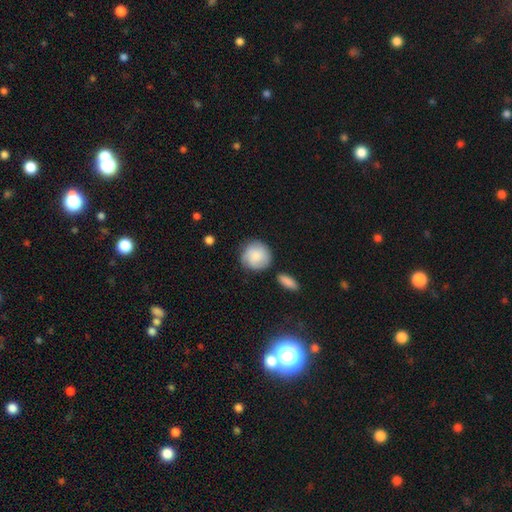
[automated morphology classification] A smooth galaxy with no disk features (71%) that is round (89%).

Vote fractions:
- Smooth or featured? smooth: 71% / featured or disk: 22% / star or artifact: 7%
- How rounded? round: 89% / in between: 10% / cigar-shaped: 1%
- Merging? none: 73% / minor disturbance: 17% / merger: 5% / major disturbance: 5%